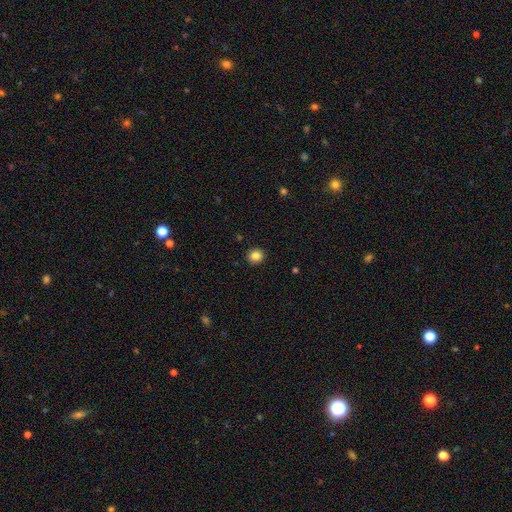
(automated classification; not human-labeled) A smooth galaxy with no disk features (85%) that is round (85%). Merging: none (92%).